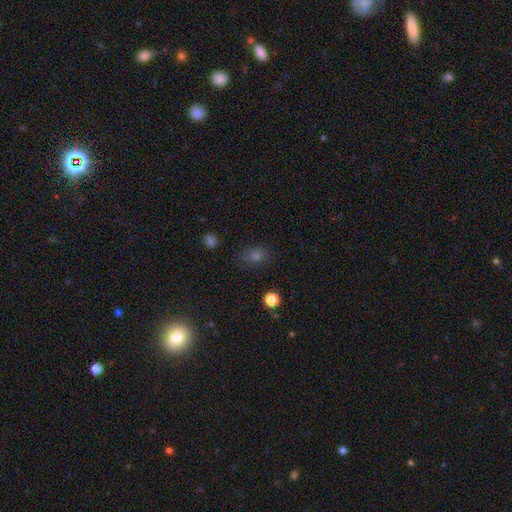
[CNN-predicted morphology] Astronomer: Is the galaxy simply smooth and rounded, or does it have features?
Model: smooth — 62%.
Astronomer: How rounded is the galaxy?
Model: in between — 56% (runner-up: round, 42%).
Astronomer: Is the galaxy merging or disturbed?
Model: none — 78%.